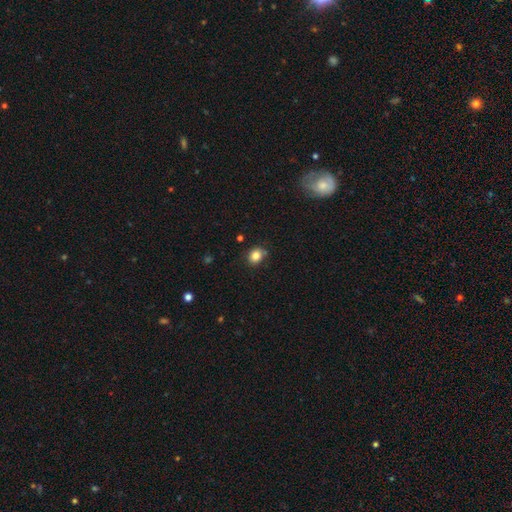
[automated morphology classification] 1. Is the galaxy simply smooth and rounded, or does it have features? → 84% smooth, 10% star or artifact, 6% featured or disk.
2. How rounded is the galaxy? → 60% round, 39% in between, 1% cigar-shaped.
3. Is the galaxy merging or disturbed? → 78% none, 16% minor disturbance, 3% major disturbance, 3% merger.